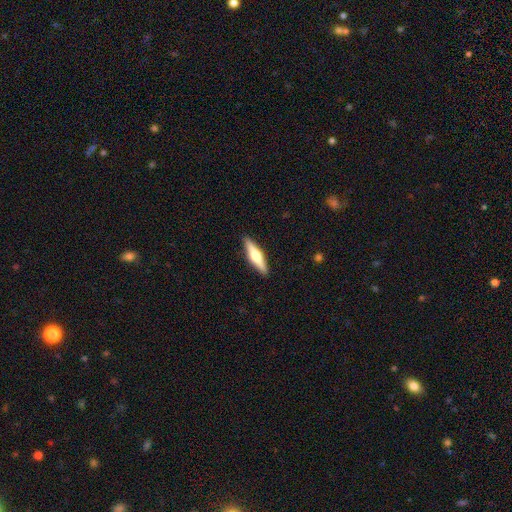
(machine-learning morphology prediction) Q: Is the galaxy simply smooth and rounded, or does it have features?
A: featured or disk — 58%.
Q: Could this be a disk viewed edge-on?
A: yes — 97%.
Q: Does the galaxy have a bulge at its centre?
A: rounded — 90%.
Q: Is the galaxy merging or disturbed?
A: none — 91%.